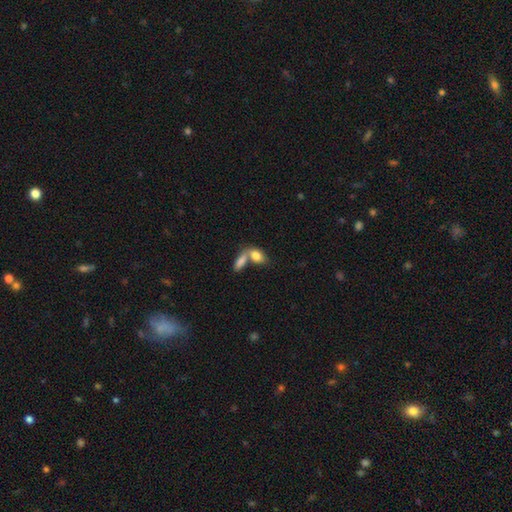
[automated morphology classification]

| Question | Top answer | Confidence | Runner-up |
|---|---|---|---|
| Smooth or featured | smooth | 82% | featured or disk (11%) |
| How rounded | in between | 87% | round (8%) |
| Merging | merger | 58% | none (30%) |